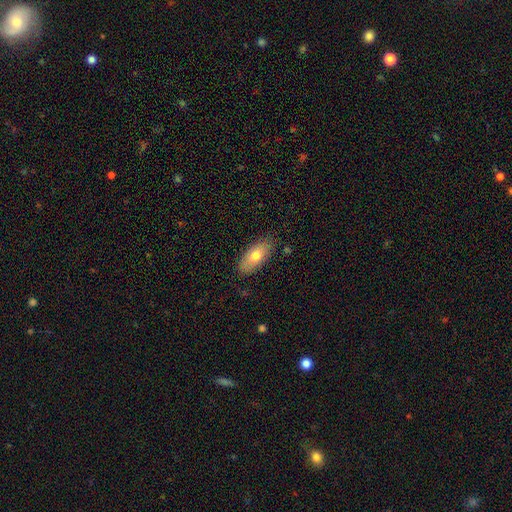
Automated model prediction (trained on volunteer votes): smooth 71%, featured or disk 22%, star or artifact 6%. Down the decision tree: how rounded — in between (85%); merging — none (83%).